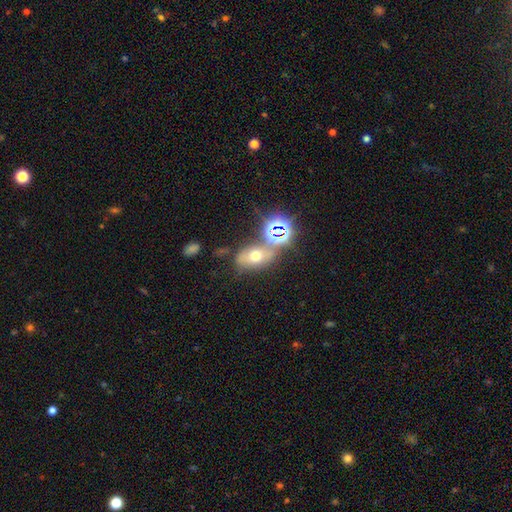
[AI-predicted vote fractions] Overall: smooth (54%; star or artifact 25%). How rounded: in between (76%). Merging: none (58%; merger 20%).